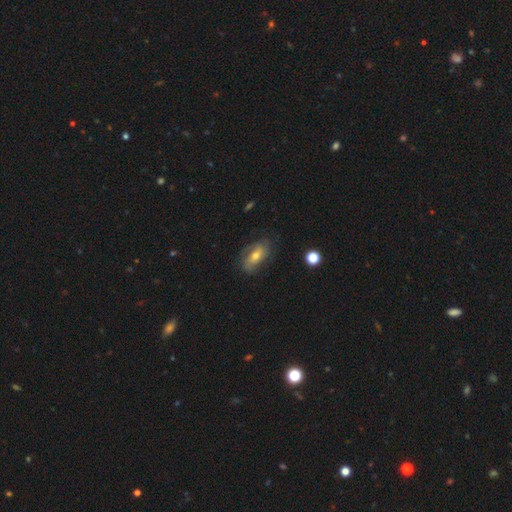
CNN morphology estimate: Smooth or featured?
  - featured or disk: 48% *
  - smooth: 43%
  - star or artifact: 10%
Merging?
  - none: 67% *
  - minor disturbance: 23%
  - major disturbance: 8%
  - merger: 2%